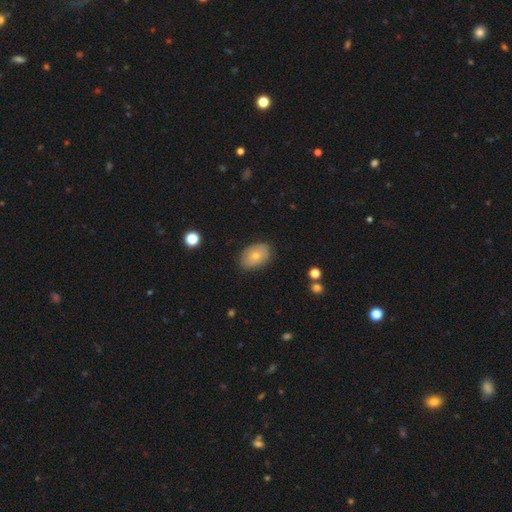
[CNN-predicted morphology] smooth 68%, featured or disk 24%, star or artifact 8%. Down the decision tree: how rounded — in between (82%); merging — none (81%).